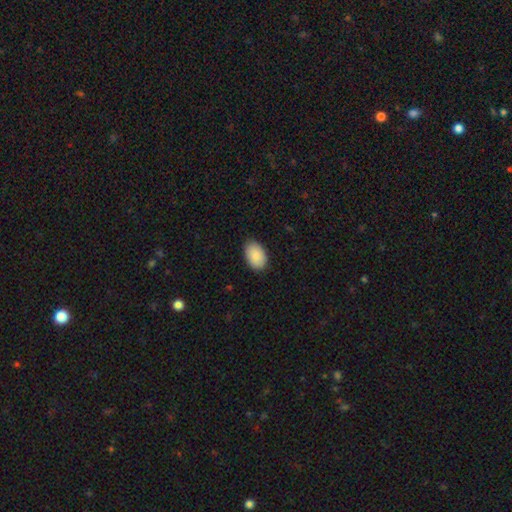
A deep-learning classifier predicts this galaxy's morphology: This appears to be a smooth galaxy with no disk features (88%) that is in between round and cigar-shaped (91%). Merging: none (86%).